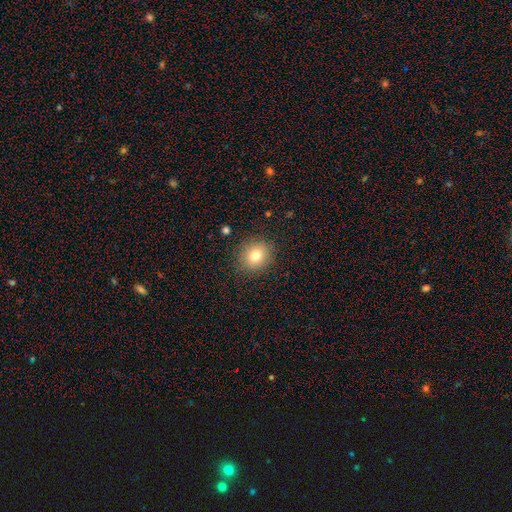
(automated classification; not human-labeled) A smooth galaxy with no disk features (79%) that is round (76%).

Vote fractions:
- Smooth or featured? smooth: 79% / star or artifact: 11% / featured or disk: 10%
- How rounded? round: 76% / in between: 23% / cigar-shaped: 1%
- Merging? none: 87% / minor disturbance: 9% / major disturbance: 3% / merger: 1%